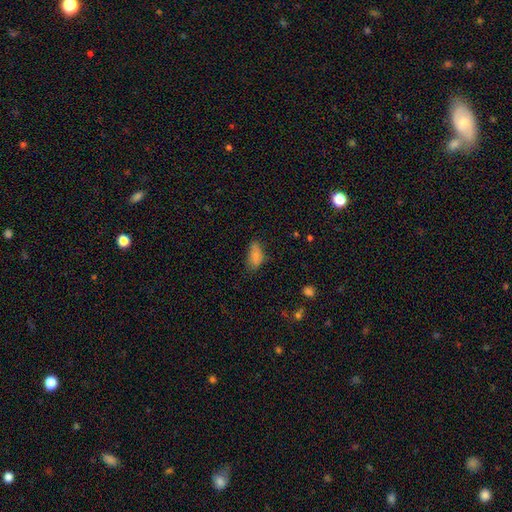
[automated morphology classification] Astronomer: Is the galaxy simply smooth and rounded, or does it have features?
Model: smooth — 79%.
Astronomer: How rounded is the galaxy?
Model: in between — 89%.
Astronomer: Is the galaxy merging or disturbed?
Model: none — 53% (runner-up: minor disturbance, 32%).